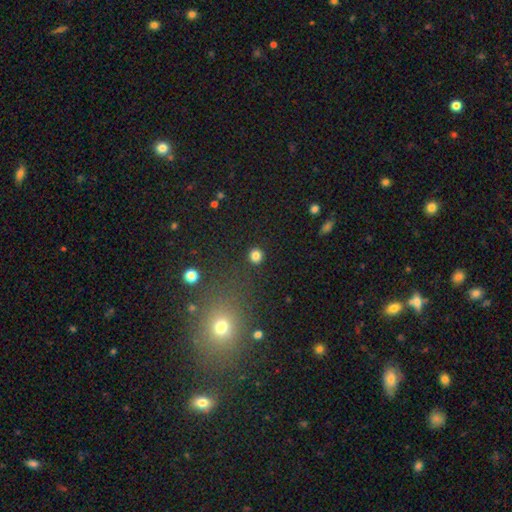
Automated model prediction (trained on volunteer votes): Overall: smooth (82%). How rounded: round (93%). Merging: none (91%).